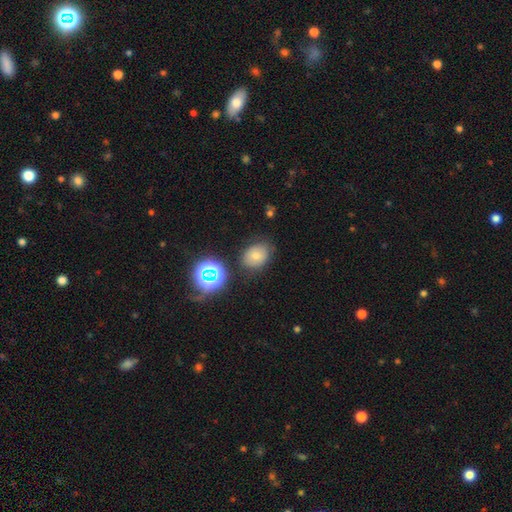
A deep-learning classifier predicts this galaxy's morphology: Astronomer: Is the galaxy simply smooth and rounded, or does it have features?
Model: smooth — 56%.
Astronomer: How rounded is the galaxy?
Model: in between — 54% (runner-up: round, 45%).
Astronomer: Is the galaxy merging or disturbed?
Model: none — 76%.